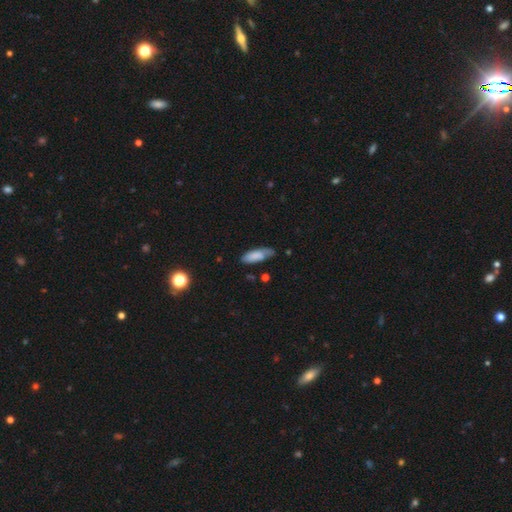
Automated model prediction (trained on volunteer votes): smooth_or_featured: smooth (p=0.79) [alt: featured or disk p=0.14]
how_rounded: in between (p=0.63) [alt: cigar-shaped p=0.36]
merging: none (p=0.56) [alt: minor disturbance p=0.32]